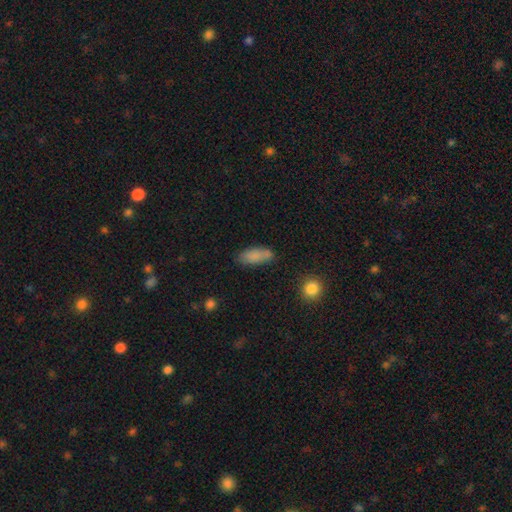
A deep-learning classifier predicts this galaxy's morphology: smooth-or-featured: smooth: 84% | featured or disk: 8% | star or artifact: 8%
  how-rounded: in between: 76% | cigar-shaped: 22% | round: 3%
  merging: none: 70% | minor disturbance: 19% | merger: 6% | major disturbance: 5%